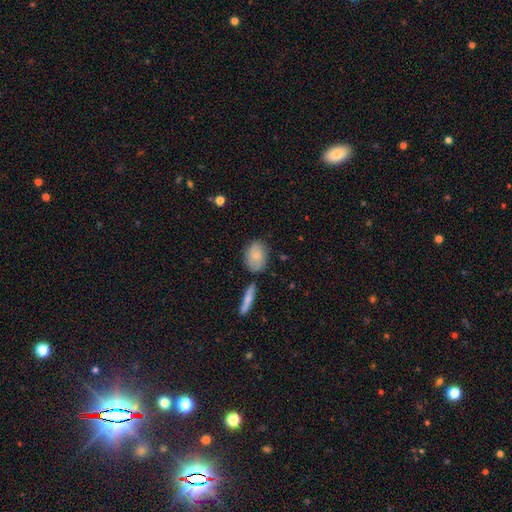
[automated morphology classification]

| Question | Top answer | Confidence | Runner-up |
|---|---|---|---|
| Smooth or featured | smooth | 77% | featured or disk (17%) |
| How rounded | in between | 72% | round (26%) |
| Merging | none | 70% | minor disturbance (19%) |